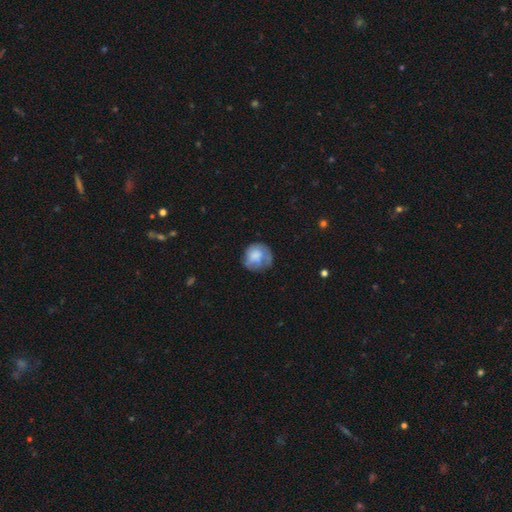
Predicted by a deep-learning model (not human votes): Morphology: type=smooth (64%); roundness=round (82%); merging=none (55%).